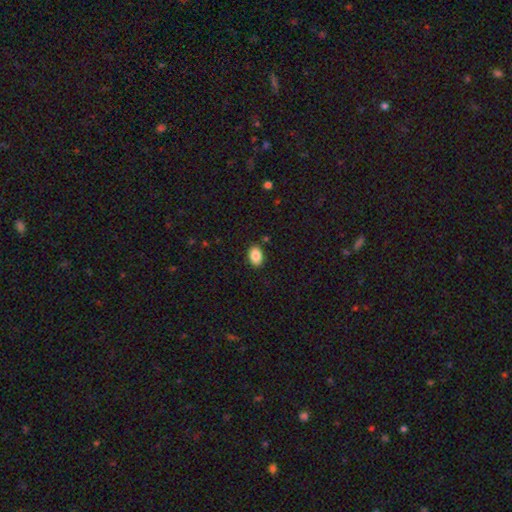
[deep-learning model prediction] smooth-or-featured: smooth: 88% | star or artifact: 8% | featured or disk: 4%
  how-rounded: in between: 84% | round: 15% | cigar-shaped: 1%
  merging: none: 88% | minor disturbance: 9% | major disturbance: 2% | merger: 2%